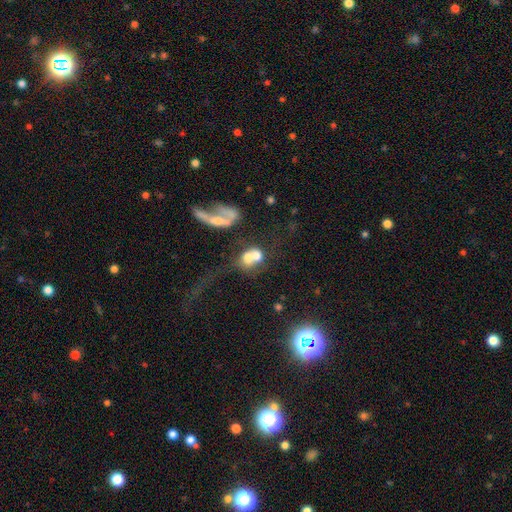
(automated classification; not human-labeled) Smooth or featured: smooth — 58% (featured or disk — 29%)
How rounded: round — 56% (in between — 41%)
Merging: merger — 68% (none — 15%)